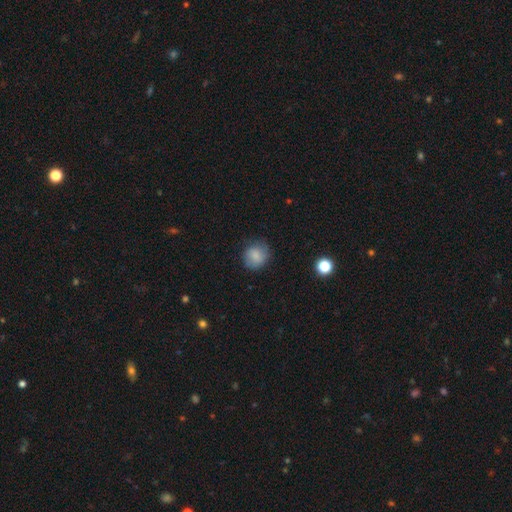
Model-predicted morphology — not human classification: Smooth or featured? Predicted: smooth (p=0.81). How rounded? Predicted: round (p=0.80). Merging? Predicted: none (p=0.78).